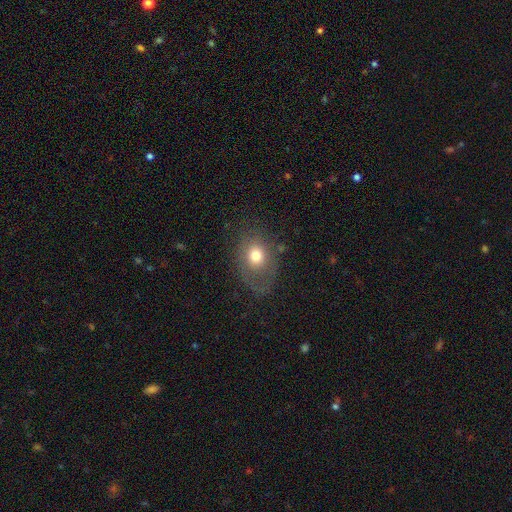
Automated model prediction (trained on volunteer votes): Q: Smooth or featured?
A: smooth (65%); runner-up: featured or disk (24%)
Q: How rounded?
A: in between (59%); runner-up: round (40%)
Q: Merging?
A: none (60%); runner-up: minor disturbance (21%)